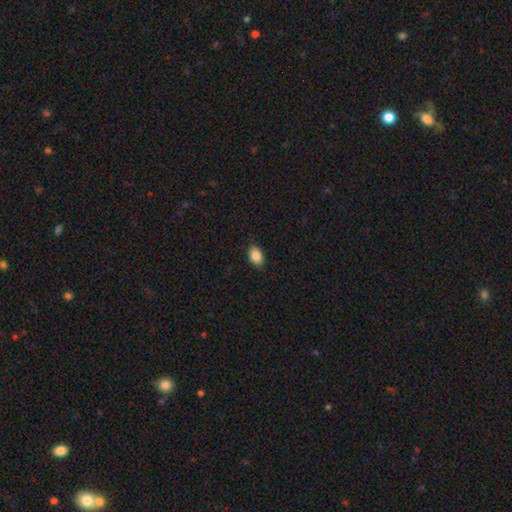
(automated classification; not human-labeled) The model was most divided on "how rounded": in between: 86%, round: 13%, cigar-shaped: 1%. More confident: smooth or featured — smooth (88%); merging — none (88%).